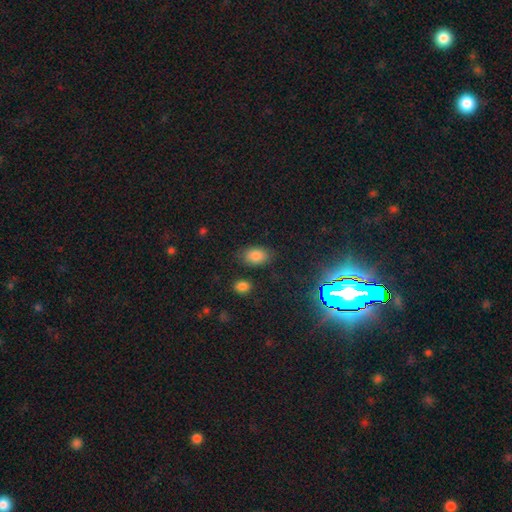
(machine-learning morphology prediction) Smooth or featured? Predicted: smooth (p=0.81). How rounded? Predicted: in between (p=0.85). Merging? Predicted: none (p=0.79).